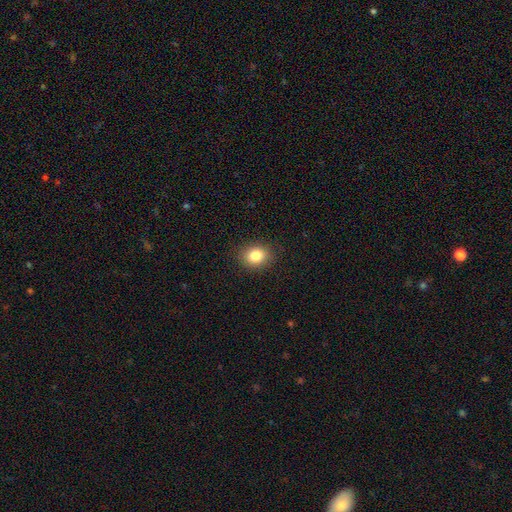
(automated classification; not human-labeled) This is clearly a smooth galaxy (83%). How rounded: possibly round (53%). Merging: clearly none (88%).